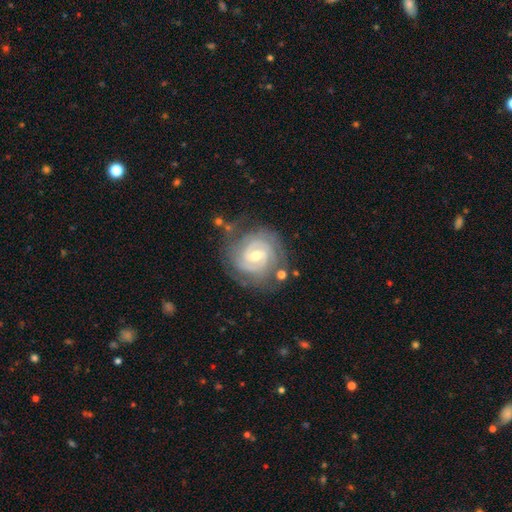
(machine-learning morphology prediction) featured or disk 88%, smooth 7%, star or artifact 5%. Down the decision tree: edge-on disk — no (97%); bar — weak (56%); spiral arms — yes (97%); spiral arm count — 2 (49%); spiral winding — tight (77%); bulge size — moderate (57%); merging — none (74%).